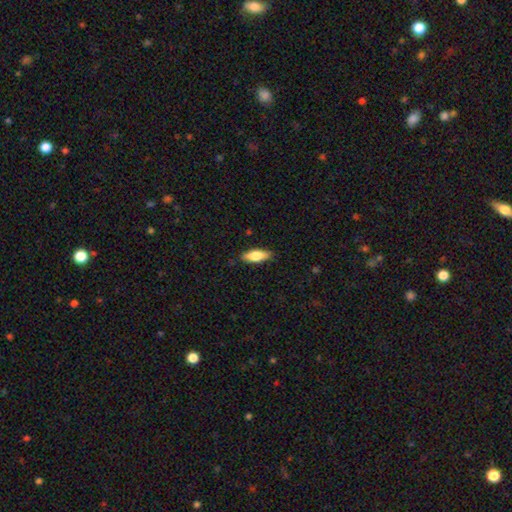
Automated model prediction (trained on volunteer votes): Q: Smooth or featured?
A: smooth (75%); runner-up: featured or disk (19%)
Q: How rounded?
A: in between (69%); runner-up: cigar-shaped (28%)
Q: Merging?
A: none (87%); runner-up: minor disturbance (10%)